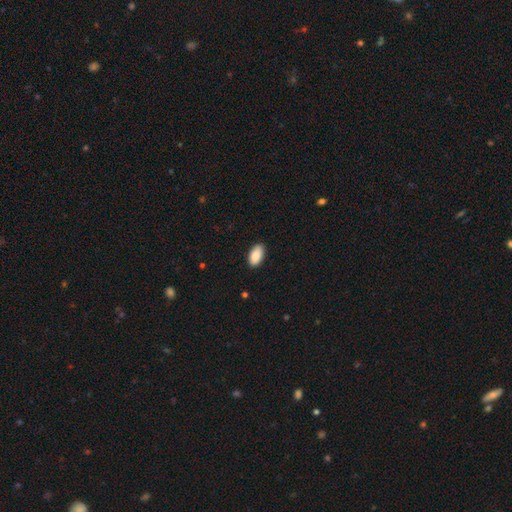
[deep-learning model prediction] The model was most divided on "merging": none: 86%, minor disturbance: 11%, major disturbance: 2%, merger: 1%. More confident: how rounded — in between (95%); smooth or featured — smooth (89%).